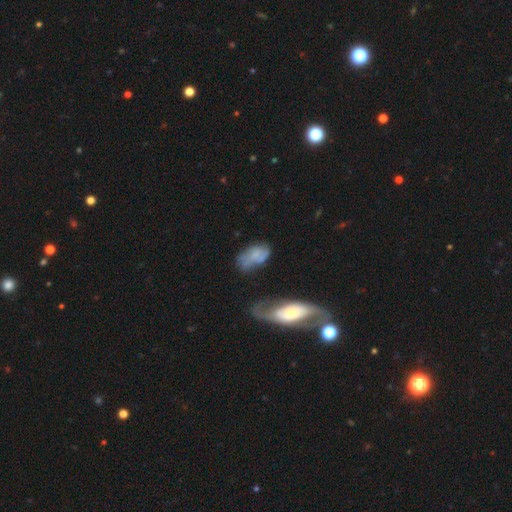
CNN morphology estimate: type=smooth (53%); roundness=in between (89%); merging=none (36%).